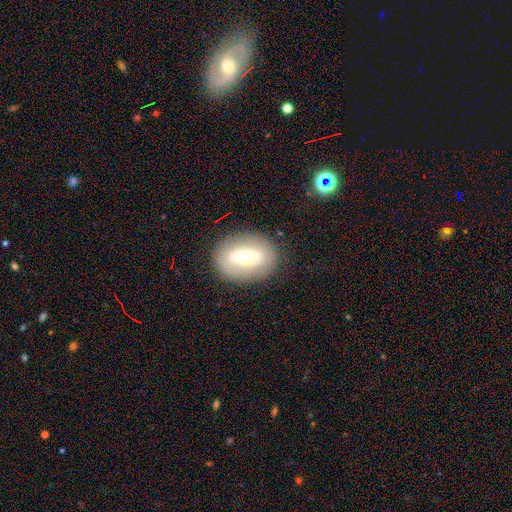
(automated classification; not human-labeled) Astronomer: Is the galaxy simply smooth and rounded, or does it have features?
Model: featured or disk — 46% (runner-up: smooth, 45%).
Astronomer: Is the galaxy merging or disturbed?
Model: none — 82%.